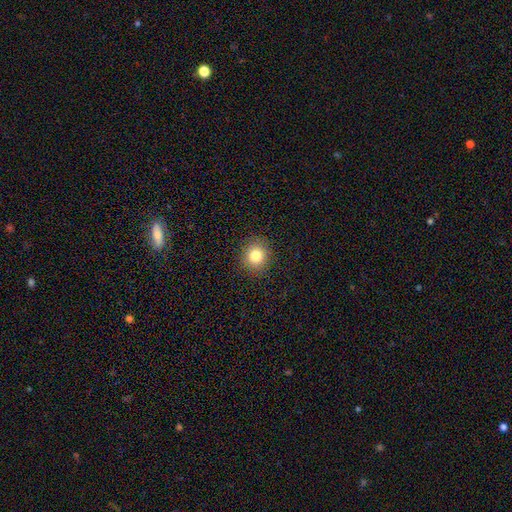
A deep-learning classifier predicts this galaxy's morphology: smooth_or_featured: smooth (p=0.82) [alt: star or artifact p=0.12]
how_rounded: round (p=0.85) [alt: in between p=0.14]
merging: none (p=0.91) [alt: minor disturbance p=0.06]